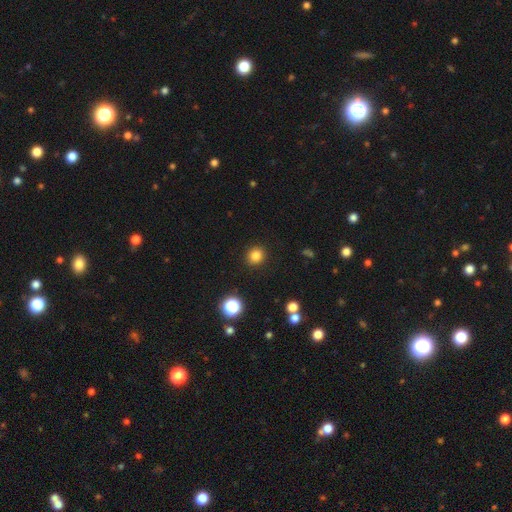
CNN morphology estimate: type=smooth (83%); roundness=round (89%); merging=none (91%).